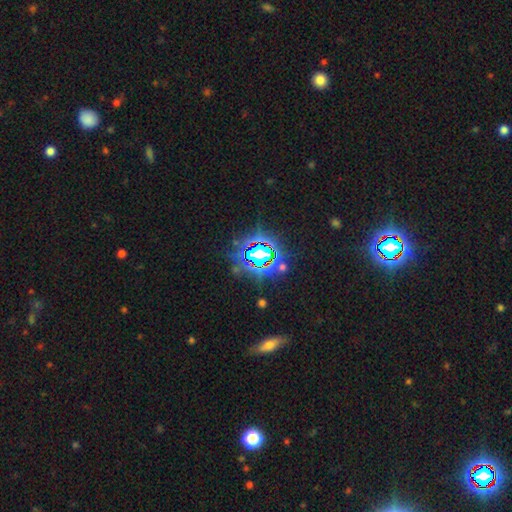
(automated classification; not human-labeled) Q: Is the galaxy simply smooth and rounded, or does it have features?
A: star or artifact — 75%.